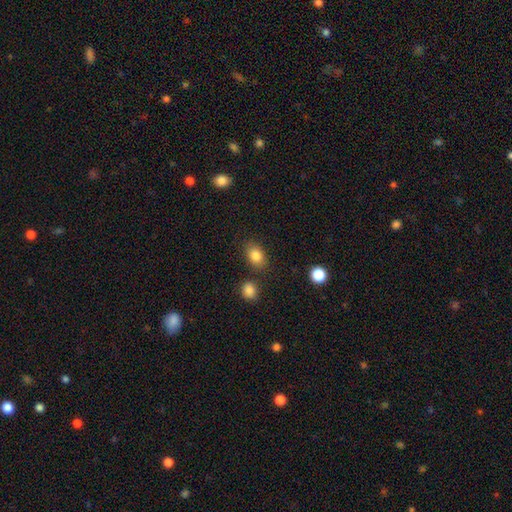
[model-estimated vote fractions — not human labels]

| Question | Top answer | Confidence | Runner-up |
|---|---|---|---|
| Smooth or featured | smooth | 84% | star or artifact (9%) |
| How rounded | in between | 74% | round (25%) |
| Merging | none | 80% | minor disturbance (12%) |